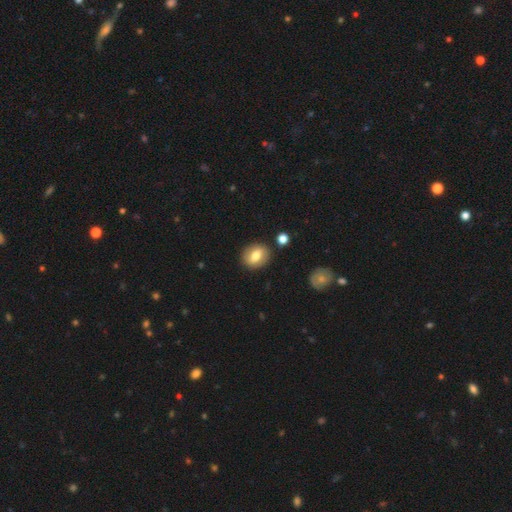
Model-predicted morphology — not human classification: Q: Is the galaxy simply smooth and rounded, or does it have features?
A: smooth — 68%.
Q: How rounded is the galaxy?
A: round — 54%.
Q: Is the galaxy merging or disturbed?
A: none — 85%.